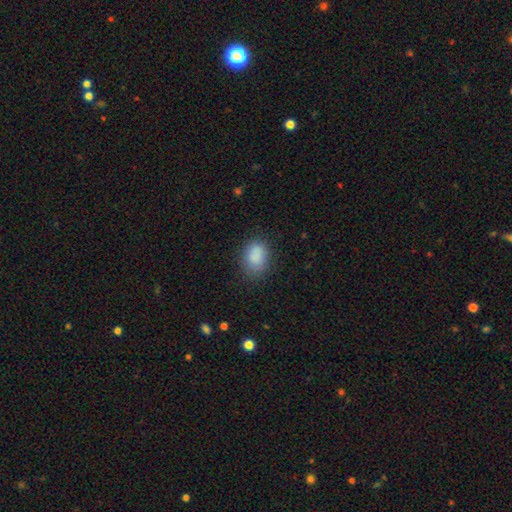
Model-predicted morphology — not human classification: smooth_or_featured: smooth (p=0.86) [alt: star or artifact p=0.09]
how_rounded: in between (p=0.74) [alt: round p=0.25]
merging: none (p=0.76) [alt: minor disturbance p=0.17]